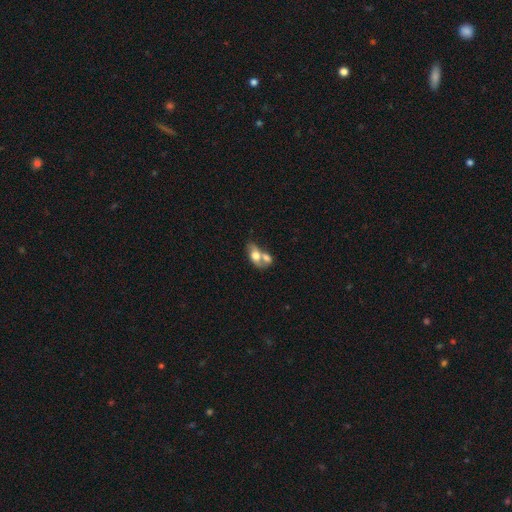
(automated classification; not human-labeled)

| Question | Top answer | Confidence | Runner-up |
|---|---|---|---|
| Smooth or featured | smooth | 60% | featured or disk (32%) |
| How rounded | in between | 81% | round (15%) |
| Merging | merger | 67% | none (18%) |